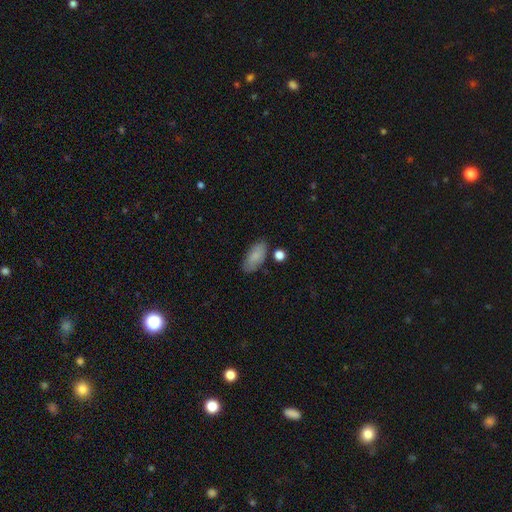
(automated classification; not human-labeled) A smooth galaxy with no disk features (81%) that is in between round and cigar-shaped (91%). Merging: none (74%).